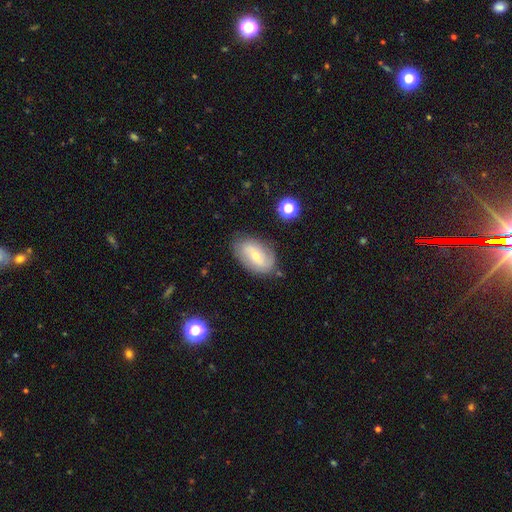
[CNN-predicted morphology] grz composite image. It shows a featured or disk galaxy (49%). Merging: none (75%).